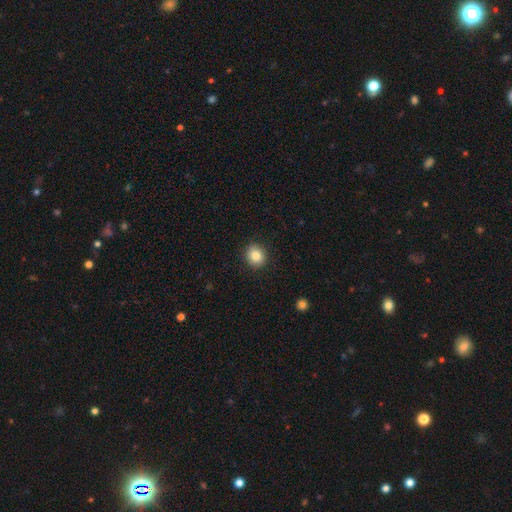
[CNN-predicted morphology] smooth-or-featured: smooth: 84% | star or artifact: 10% | featured or disk: 7%
  how-rounded: round: 81% | in between: 18% | cigar-shaped: 1%
  merging: none: 90% | minor disturbance: 7% | major disturbance: 2% | merger: 1%